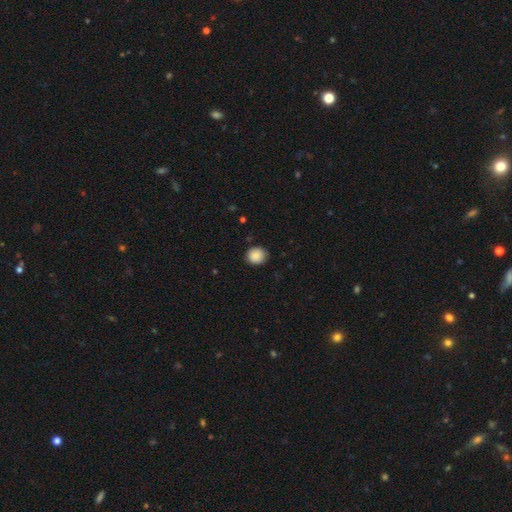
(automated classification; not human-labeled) smooth 88%, star or artifact 8%, featured or disk 4%. Down the decision tree: how rounded — round (81%); merging — none (84%).